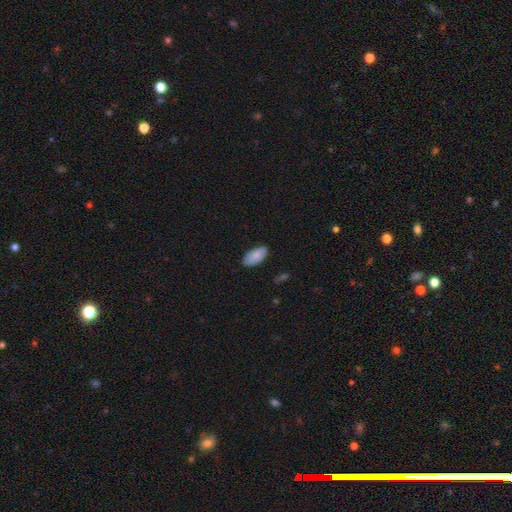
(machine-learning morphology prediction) Overall: smooth (85%). How rounded: in between (94%). Merging: none (85%).